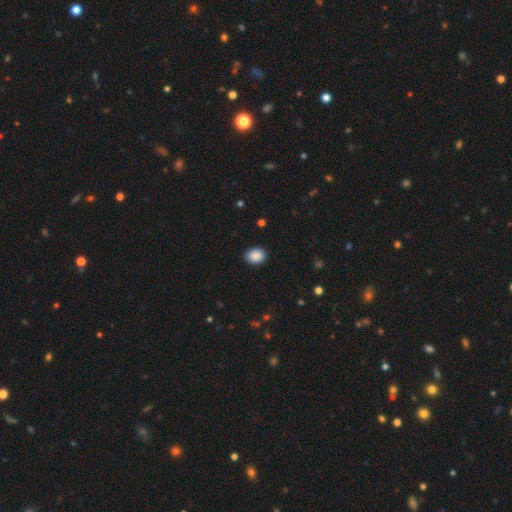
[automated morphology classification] This is clearly a smooth galaxy (89%). How rounded: possibly in between (56%). Merging: clearly none (89%).